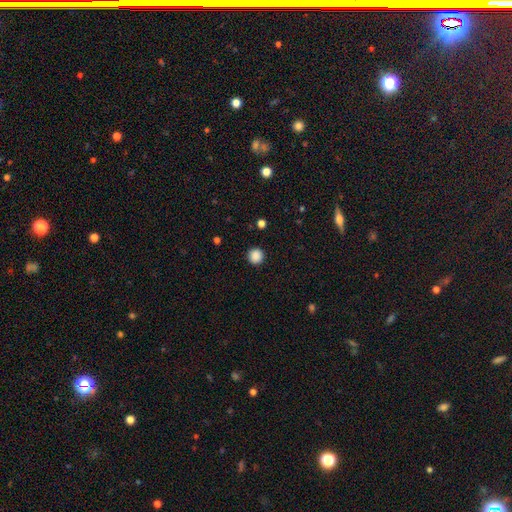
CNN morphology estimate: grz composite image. It shows a smooth galaxy with no disk features (88%) that is round (95%). Merging: none (92%).